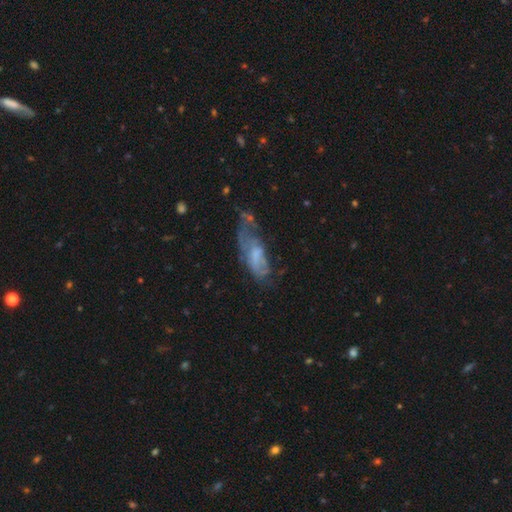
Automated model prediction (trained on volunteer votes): This appears to be a featured or disk galaxy (50%). Merging: major disturbance (36%).